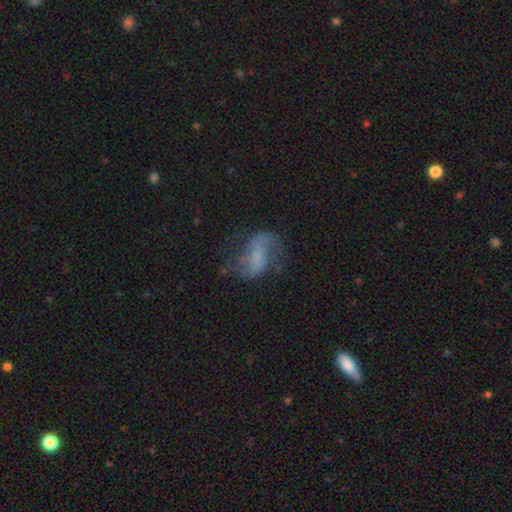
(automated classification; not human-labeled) Q: Smooth or featured?
A: featured or disk (74%); runner-up: smooth (17%)
Q: Edge-on disk?
A: no (96%); runner-up: yes (4%)
Q: Bar?
A: weak (43%); runner-up: strong (29%)
Q: Spiral arms?
A: yes (92%); runner-up: no (8%)
Q: Spiral winding?
A: loose (55%); runner-up: medium (36%)
Q: Spiral arm count?
A: 2 (86%); runner-up: 1 (6%)
Q: Bulge size?
A: none (45%); runner-up: small (29%)
Q: Merging?
A: none (61%); runner-up: minor disturbance (20%)